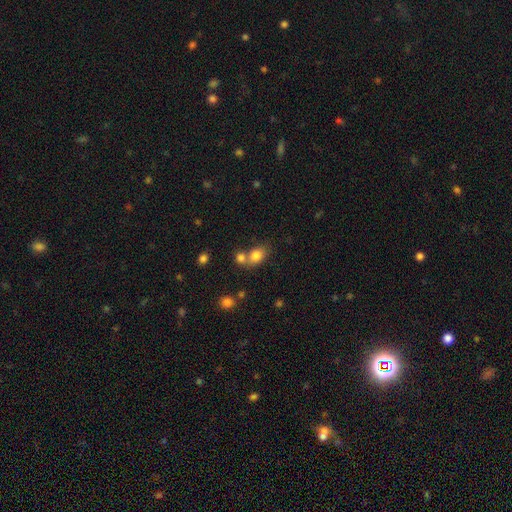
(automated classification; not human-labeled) Smooth or featured: smooth — 81% (star or artifact — 10%)
How rounded: in between — 61% (round — 37%)
Merging: merger — 43% (none — 42%)